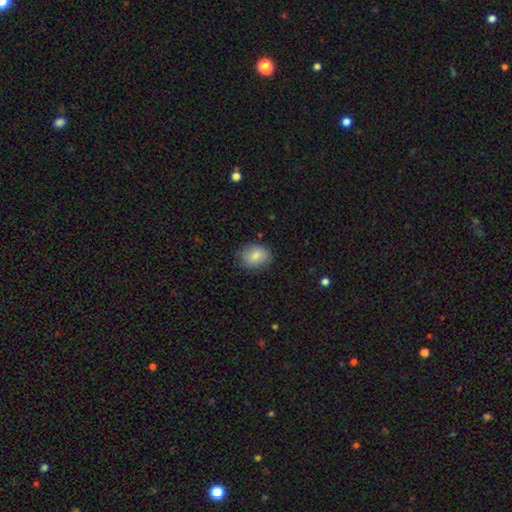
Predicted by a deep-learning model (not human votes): This is clearly a smooth galaxy (81%). How rounded: possibly in between (52%). Merging: clearly none (81%).